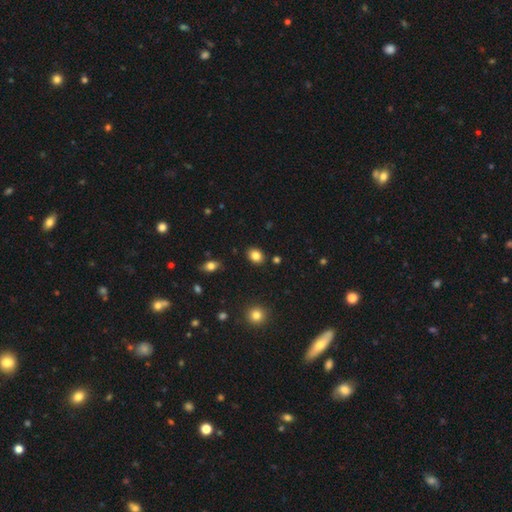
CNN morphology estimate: Q: Smooth or featured?
A: smooth (83%); runner-up: star or artifact (10%)
Q: How rounded?
A: in between (55%); runner-up: round (44%)
Q: Merging?
A: none (88%); runner-up: minor disturbance (8%)